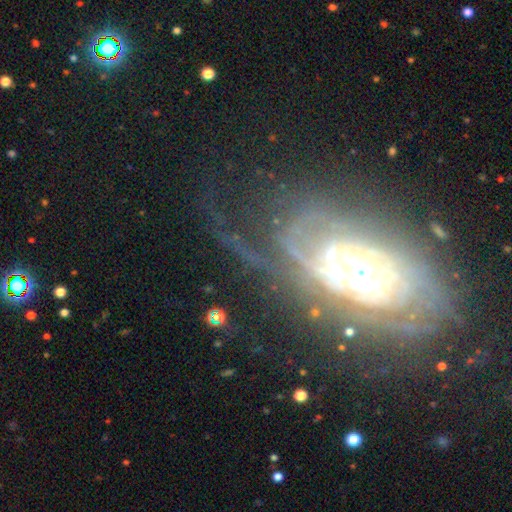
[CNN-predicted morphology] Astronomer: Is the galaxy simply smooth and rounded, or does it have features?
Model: featured or disk — 82%.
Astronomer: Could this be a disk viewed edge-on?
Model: no — 91%.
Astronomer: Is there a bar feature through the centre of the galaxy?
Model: no — 64%.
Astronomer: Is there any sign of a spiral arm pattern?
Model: yes — 87%.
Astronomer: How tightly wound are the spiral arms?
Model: tight — 61%.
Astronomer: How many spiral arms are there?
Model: can't tell — 40% (runner-up: 2, 21%).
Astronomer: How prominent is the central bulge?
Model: large — 41% (runner-up: moderate, 33%).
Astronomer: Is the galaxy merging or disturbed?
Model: none — 52%.